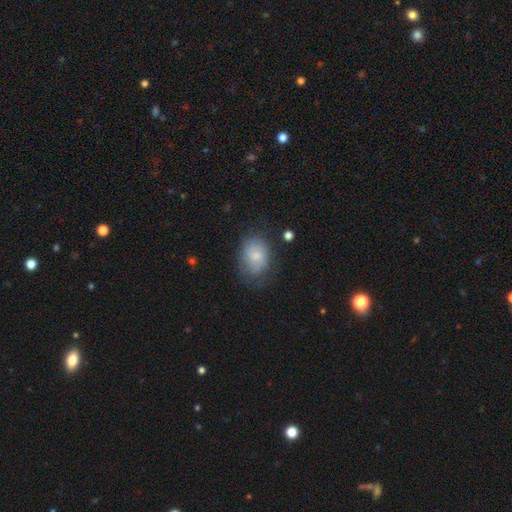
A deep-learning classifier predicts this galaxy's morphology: smooth 73%, featured or disk 19%, star or artifact 8%. Down the decision tree: how rounded — in between (69%); merging — none (57%).